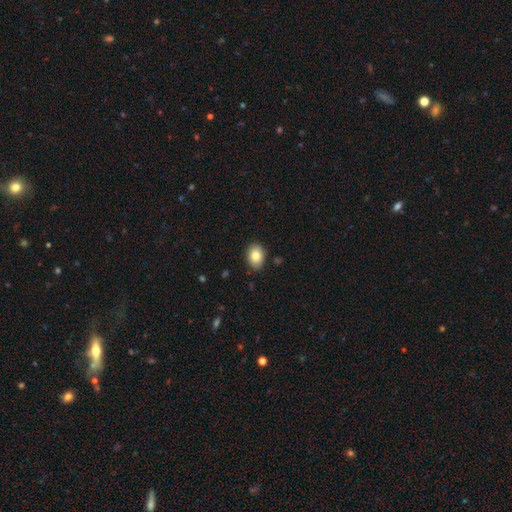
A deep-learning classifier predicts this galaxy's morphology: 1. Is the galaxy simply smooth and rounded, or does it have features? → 81% smooth, 11% featured or disk, 8% star or artifact.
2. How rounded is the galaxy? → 73% in between, 26% round, 1% cigar-shaped.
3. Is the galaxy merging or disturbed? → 88% none, 9% minor disturbance, 2% major disturbance, 1% merger.